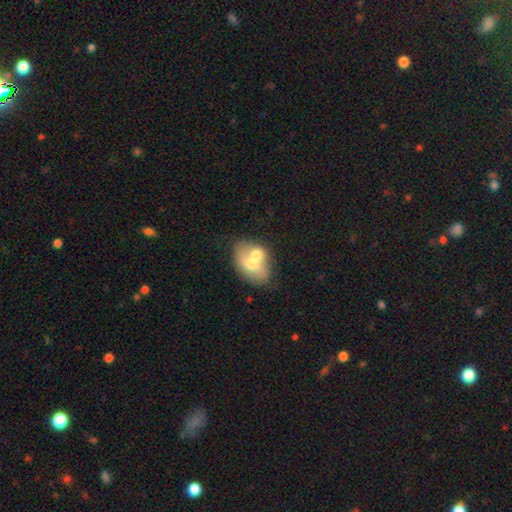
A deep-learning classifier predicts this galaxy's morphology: smooth_or_featured: smooth (p=0.54) [alt: featured or disk p=0.39]
how_rounded: in between (p=0.77) [alt: round p=0.21]
merging: merger (p=0.55) [alt: none p=0.28]